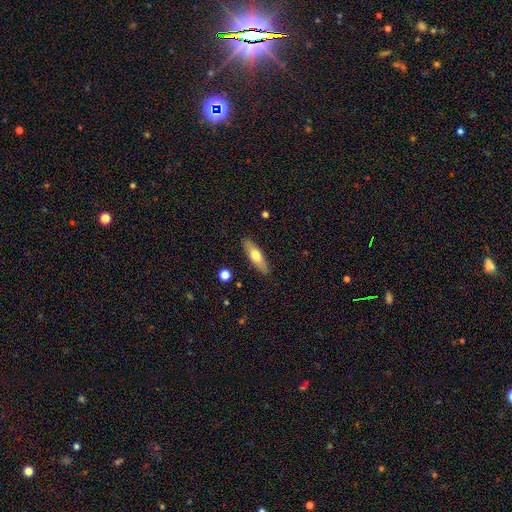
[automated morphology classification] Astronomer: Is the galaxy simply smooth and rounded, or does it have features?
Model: smooth — 62%.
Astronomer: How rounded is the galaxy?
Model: cigar-shaped — 54% (runner-up: in between, 43%).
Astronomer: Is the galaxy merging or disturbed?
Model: none — 88%.